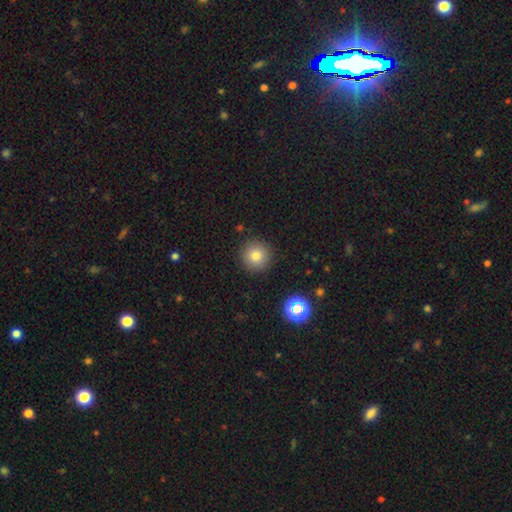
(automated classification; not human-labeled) A smooth galaxy with no disk features (79%) that is round (95%).

Vote fractions:
- Smooth or featured? smooth: 79% / star or artifact: 13% / featured or disk: 8%
- How rounded? round: 95% / in between: 4% / cigar-shaped: 1%
- Merging? none: 90% / minor disturbance: 6% / major disturbance: 2% / merger: 1%